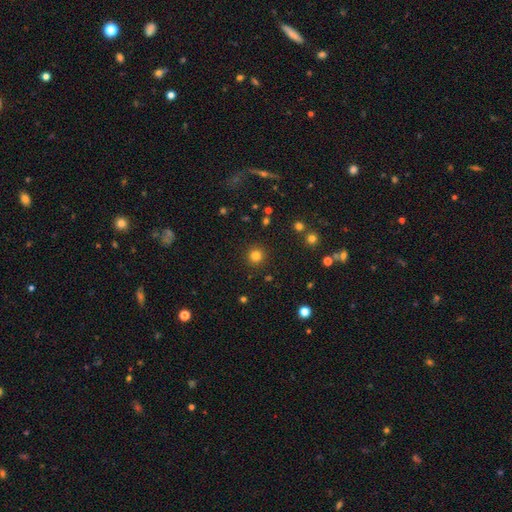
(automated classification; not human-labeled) The model was most divided on "smooth or featured": smooth: 81%, star or artifact: 14%, featured or disk: 5%. More confident: how rounded — round (94%); merging — none (91%).